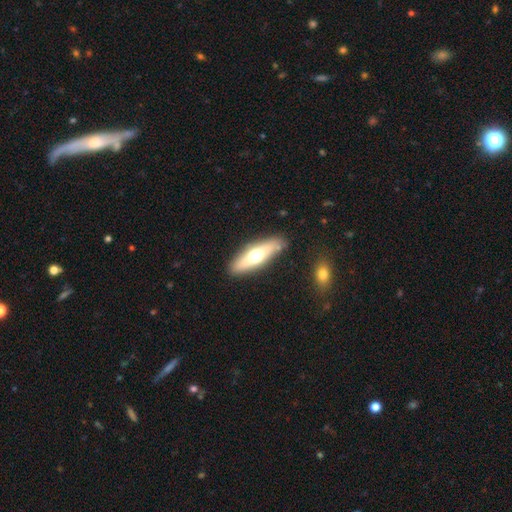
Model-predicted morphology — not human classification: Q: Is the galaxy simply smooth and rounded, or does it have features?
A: smooth — 51%.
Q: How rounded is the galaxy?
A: cigar-shaped — 60%.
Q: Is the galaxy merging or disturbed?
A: none — 85%.